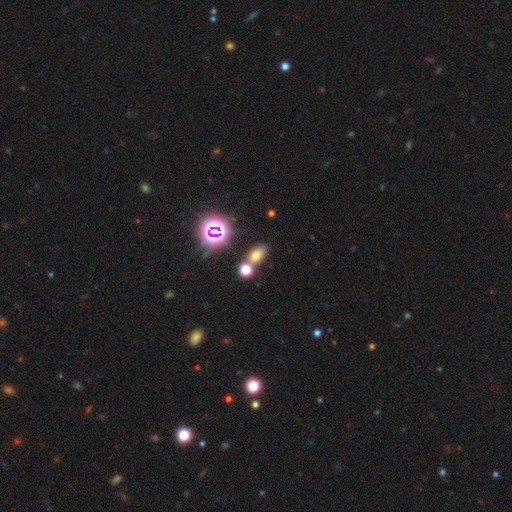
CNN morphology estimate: This appears to be a smooth galaxy with no disk features (63%) that is in between round and cigar-shaped (78%). Merging: none (61%).